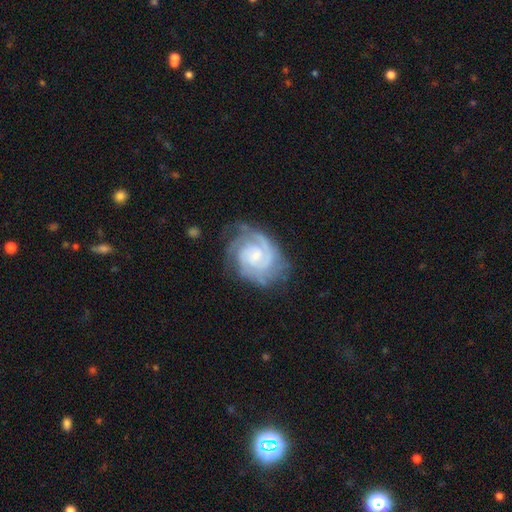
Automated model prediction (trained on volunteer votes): smooth_or_featured: featured or disk (p=0.88) [alt: smooth p=0.07]
disk_edge_on: no (p=0.98) [alt: yes p=0.02]
bar: no (p=0.58) [alt: weak p=0.35]
has_spiral_arms: yes (p=0.97) [alt: no p=0.03]
spiral_winding: tight (p=0.66) [alt: medium p=0.30]
spiral_arm_count: 2 (p=0.45) [alt: 3 p=0.23]
bulge_size: small (p=0.53) [alt: moderate p=0.30]
merging: none (p=0.68) [alt: minor disturbance p=0.20]